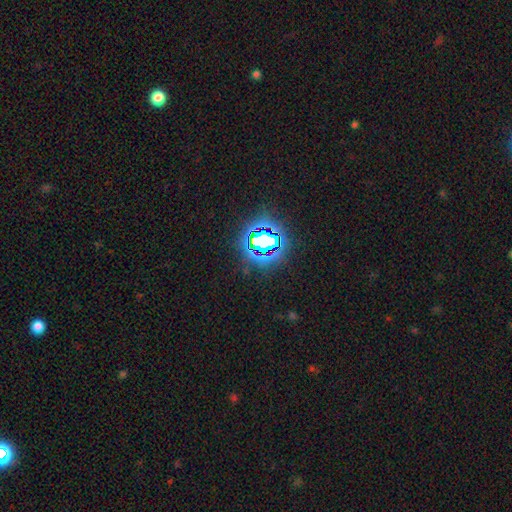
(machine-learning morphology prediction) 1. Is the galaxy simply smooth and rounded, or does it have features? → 82% star or artifact, 12% smooth, 6% featured or disk.